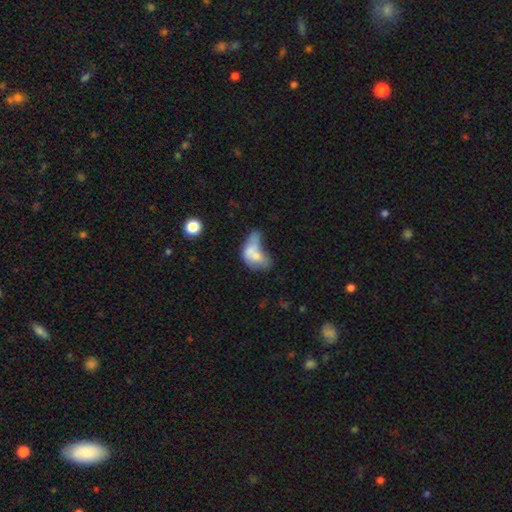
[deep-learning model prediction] Q: Smooth or featured?
A: smooth (60%); runner-up: featured or disk (30%)
Q: How rounded?
A: in between (82%); runner-up: round (15%)
Q: Merging?
A: merger (54%); runner-up: major disturbance (21%)